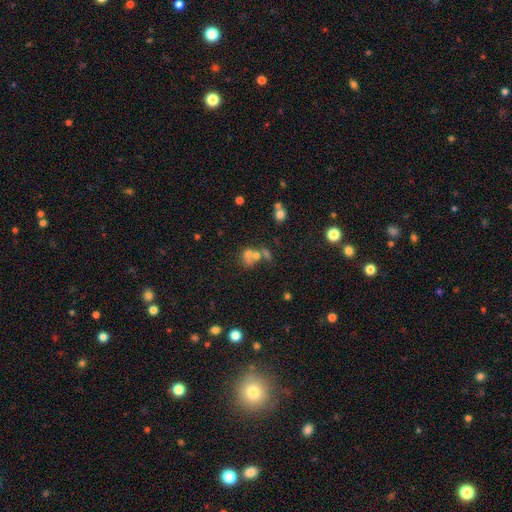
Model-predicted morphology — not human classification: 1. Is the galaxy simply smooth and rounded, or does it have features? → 42% smooth, 41% star or artifact, 17% featured or disk.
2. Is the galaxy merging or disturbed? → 43% none, 39% merger, 10% minor disturbance, 8% major disturbance.